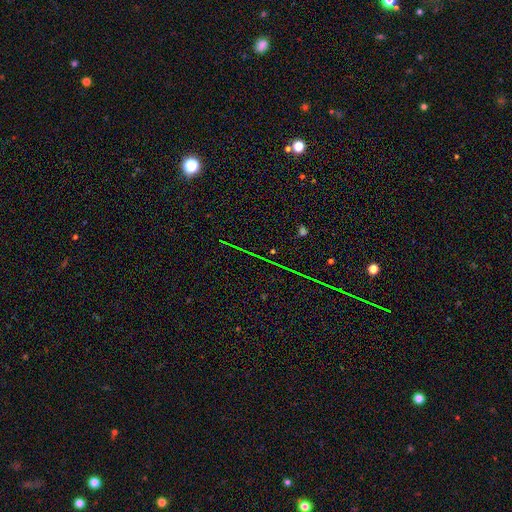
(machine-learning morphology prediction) A star or artifact, not a galaxy (77%).